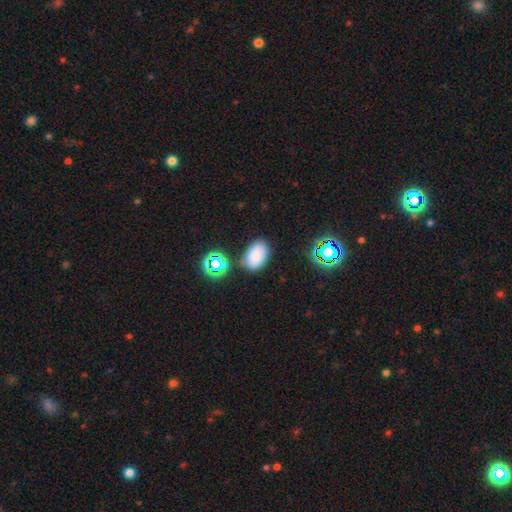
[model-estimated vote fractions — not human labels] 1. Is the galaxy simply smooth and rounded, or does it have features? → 79% smooth, 15% star or artifact, 6% featured or disk.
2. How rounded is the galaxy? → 87% in between, 11% round, 1% cigar-shaped.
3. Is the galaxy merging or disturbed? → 73% none, 16% minor disturbance, 6% merger, 4% major disturbance.